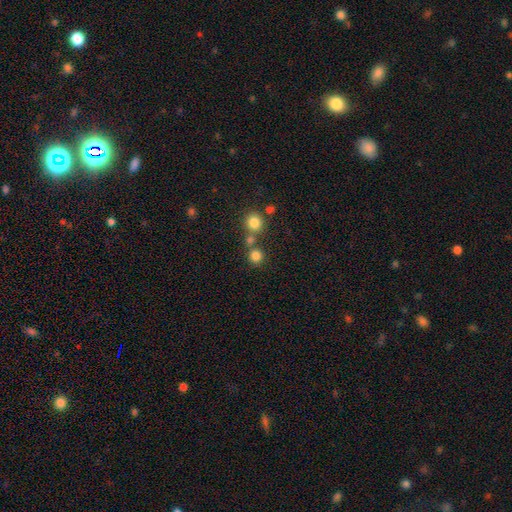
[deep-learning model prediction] Smooth or featured? smooth (81%)
How rounded? round (91%)
Merging? none (69%)